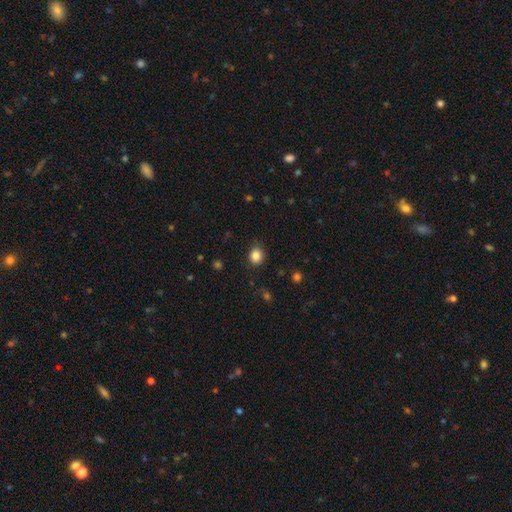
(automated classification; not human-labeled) A smooth galaxy with no disk features (84%) that is round (67%). Merging: none (85%).